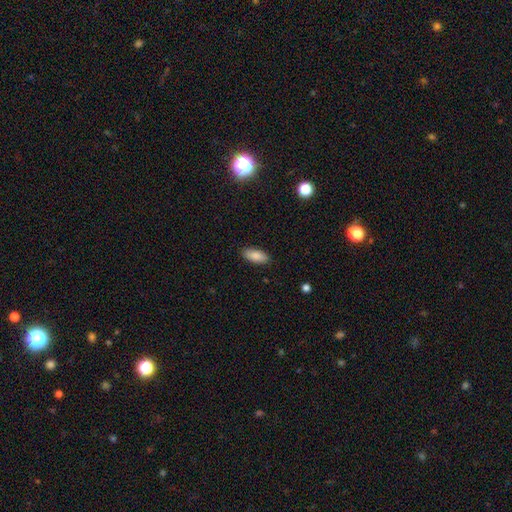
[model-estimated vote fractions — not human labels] Overall: smooth (88%). How rounded: in between (83%). Merging: none (88%).